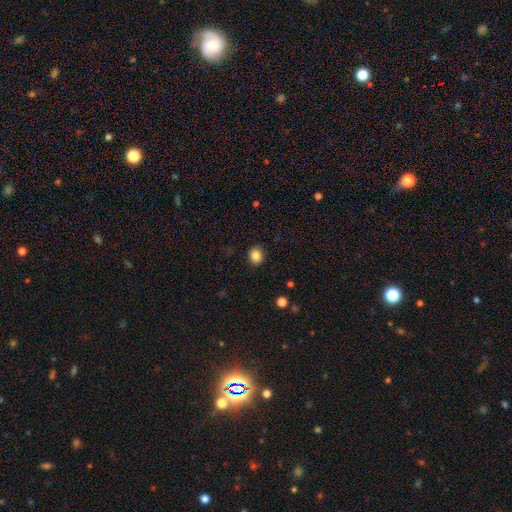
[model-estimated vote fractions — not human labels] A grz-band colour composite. It shows a smooth galaxy with no disk features (85%) that is round (70%). Merging: none (90%).